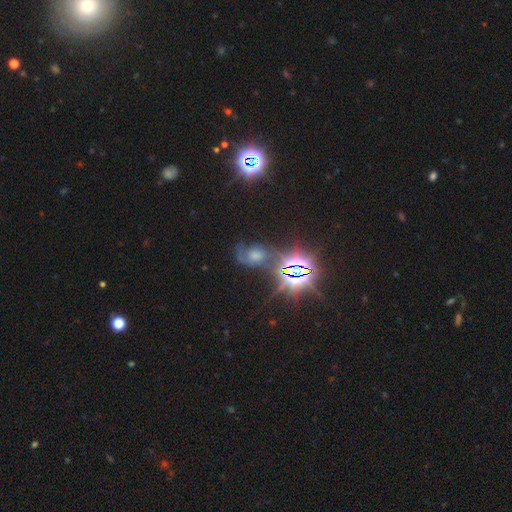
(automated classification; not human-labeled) Smooth or featured?
  - featured or disk: 44% *
  - star or artifact: 36%
  - smooth: 19%
Merging?
  - none: 46% *
  - major disturbance: 24%
  - minor disturbance: 21%
  - merger: 9%